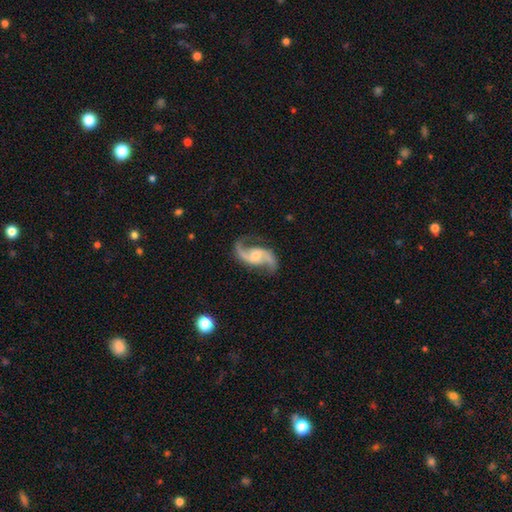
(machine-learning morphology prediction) type=featured or disk (92%); edge-on=no (98%); bar=no (51%); spiral arms=yes (98%); winding=loose (63%); arm count=2 (94%); bulge=moderate (44%, tied with small); merging=none (79%).